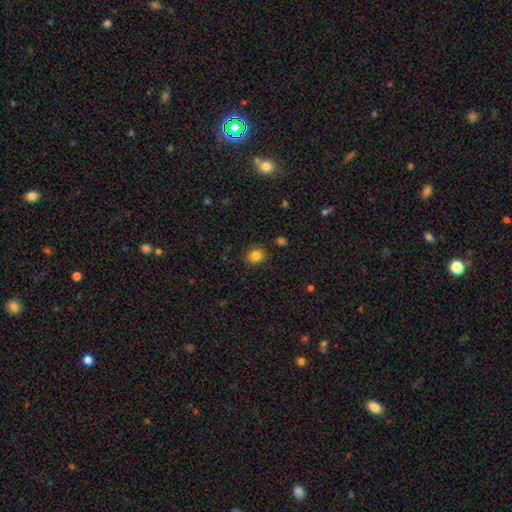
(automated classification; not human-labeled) smooth-or-featured: smooth: 84% | star or artifact: 11% | featured or disk: 5%
  how-rounded: round: 67% | in between: 33% | cigar-shaped: 1%
  merging: none: 89% | minor disturbance: 8% | major disturbance: 2% | merger: 1%